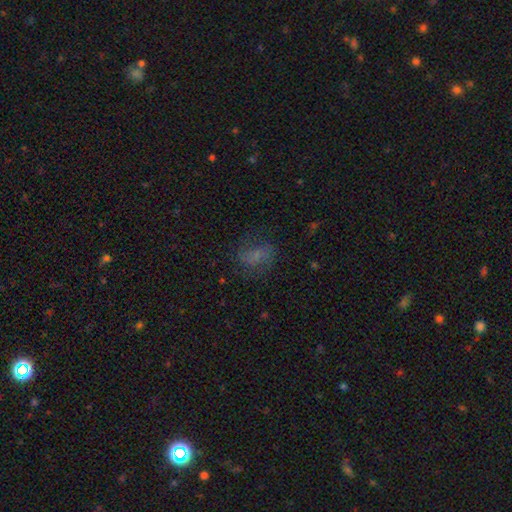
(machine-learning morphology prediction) This is possibly a smooth galaxy (48%). Merging: likely none (65%).